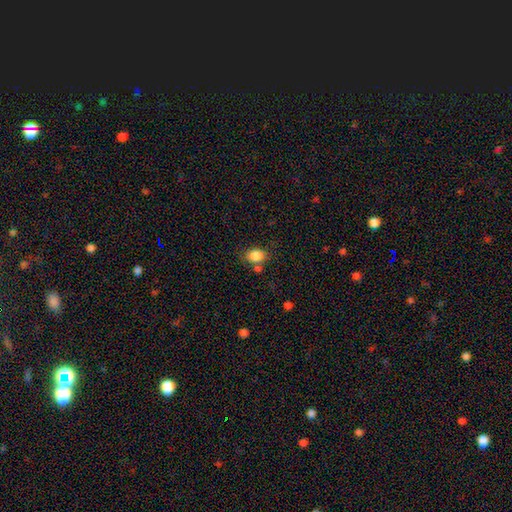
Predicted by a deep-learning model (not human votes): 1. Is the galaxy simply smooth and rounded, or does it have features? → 85% smooth, 9% star or artifact, 5% featured or disk.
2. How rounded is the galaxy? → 67% in between, 32% round, 1% cigar-shaped.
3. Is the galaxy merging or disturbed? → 67% none, 16% minor disturbance, 13% merger, 5% major disturbance.